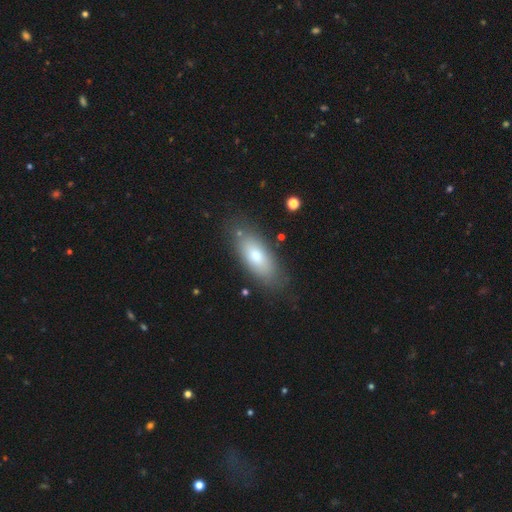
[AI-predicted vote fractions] Smooth or featured? Predicted: smooth (p=0.68). How rounded? Predicted: in between (p=0.81). Merging? Predicted: none (p=0.81).